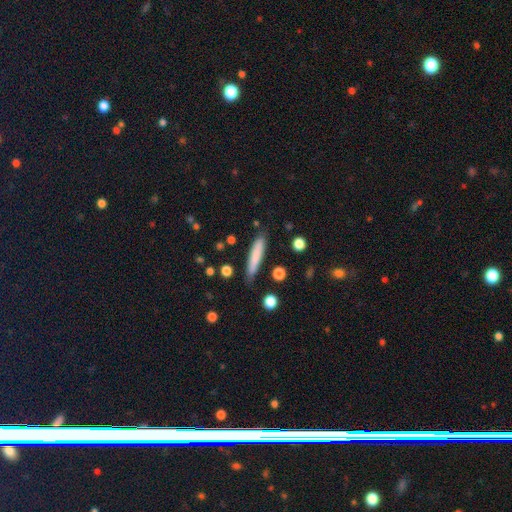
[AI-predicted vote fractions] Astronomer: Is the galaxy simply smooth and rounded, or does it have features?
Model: smooth — 77%.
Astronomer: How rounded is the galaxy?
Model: cigar-shaped — 89%.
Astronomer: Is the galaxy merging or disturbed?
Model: none — 81%.